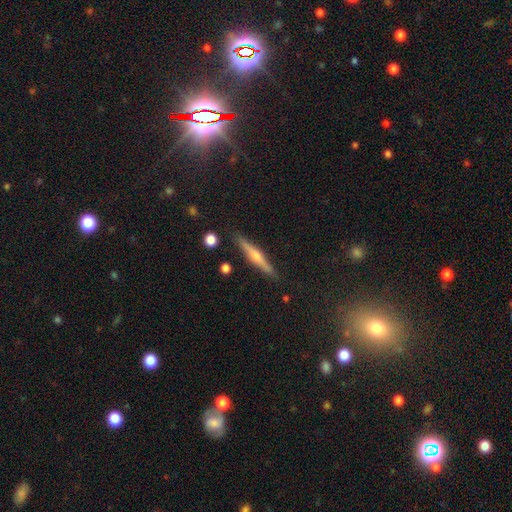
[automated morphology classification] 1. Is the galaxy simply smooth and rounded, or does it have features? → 70% featured or disk, 20% smooth, 10% star or artifact.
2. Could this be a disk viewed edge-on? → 97% yes, 3% no.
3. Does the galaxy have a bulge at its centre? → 87% rounded, 8% none, 5% boxy.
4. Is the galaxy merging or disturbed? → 89% none, 8% minor disturbance, 2% major disturbance, 1% merger.